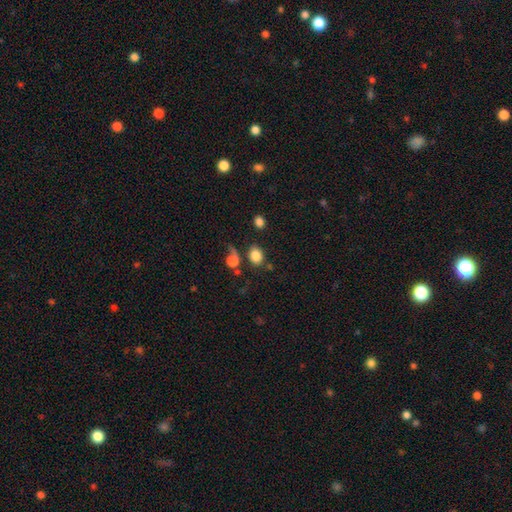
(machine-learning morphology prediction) A smooth galaxy with no disk features (83%) that is in between round and cigar-shaped (59%). Merging: none (69%).